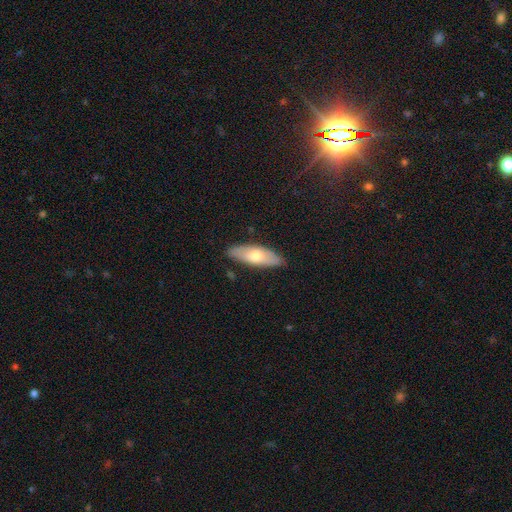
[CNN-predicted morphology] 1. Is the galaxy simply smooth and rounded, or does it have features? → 61% smooth, 33% featured or disk, 6% star or artifact.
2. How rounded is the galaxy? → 63% in between, 34% cigar-shaped, 2% round.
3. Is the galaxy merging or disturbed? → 85% none, 12% minor disturbance, 2% major disturbance, 1% merger.